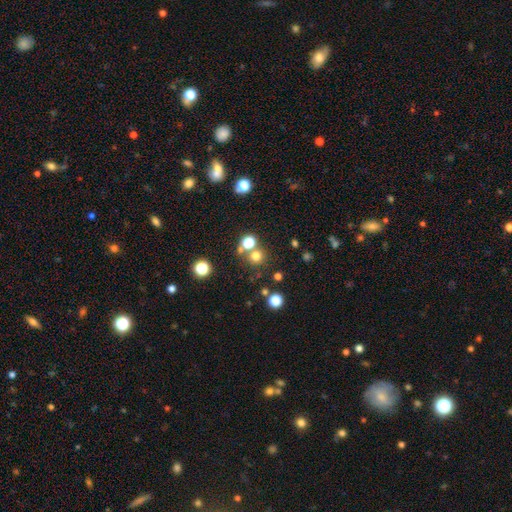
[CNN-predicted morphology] The model was most divided on "merging": none: 69%, merger: 21%, minor disturbance: 7%, major disturbance: 3%. More confident: how rounded — round (91%); smooth or featured — smooth (71%).